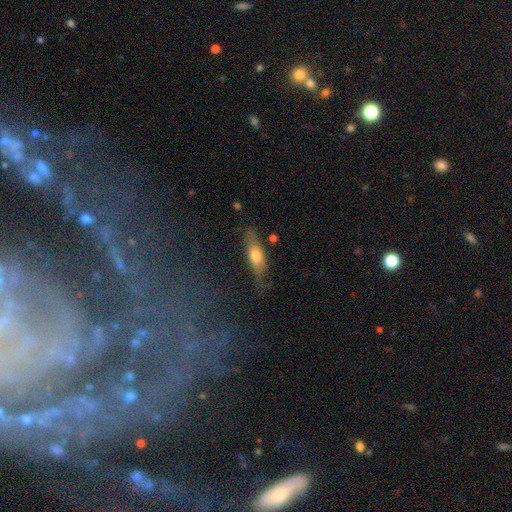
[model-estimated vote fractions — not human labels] smooth_or_featured: smooth (p=0.62) [alt: featured or disk p=0.32]
how_rounded: in between (p=0.55) [alt: cigar-shaped p=0.43]
merging: none (p=0.69) [alt: minor disturbance p=0.22]